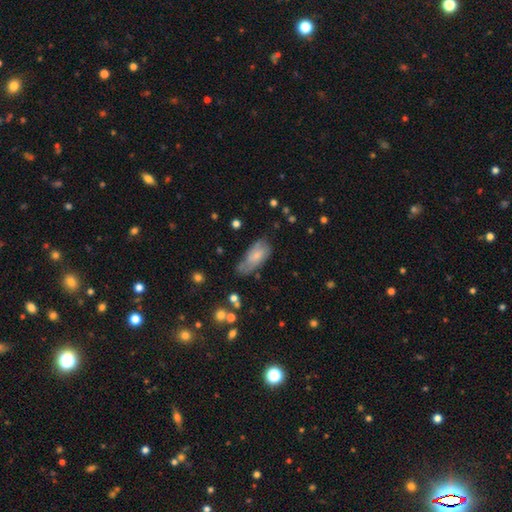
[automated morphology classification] Smooth or featured: smooth — 58% (featured or disk — 35%)
How rounded: in between — 86% (cigar-shaped — 10%)
Merging: none — 46% (minor disturbance — 35%)